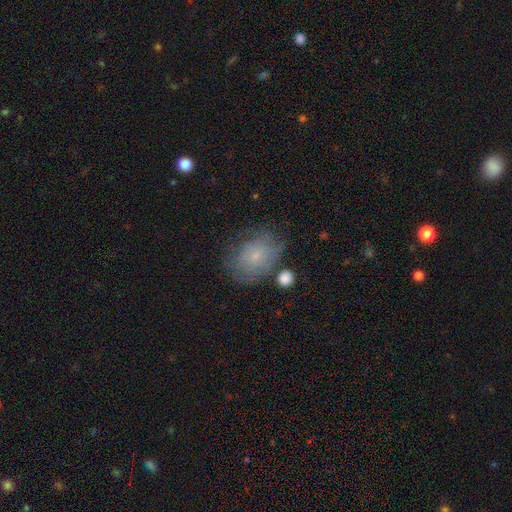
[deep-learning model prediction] Q: Smooth or featured?
A: smooth (53%); runner-up: featured or disk (37%)
Q: How rounded?
A: in between (61%); runner-up: round (38%)
Q: Merging?
A: none (57%); runner-up: minor disturbance (24%)